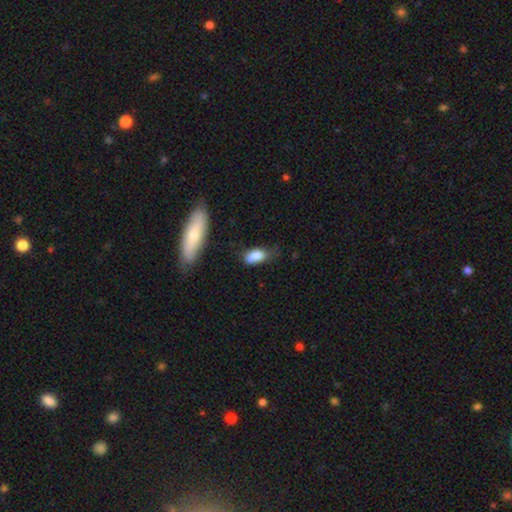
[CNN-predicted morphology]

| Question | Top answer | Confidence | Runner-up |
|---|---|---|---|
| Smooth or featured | smooth | 80% | featured or disk (12%) |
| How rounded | in between | 85% | cigar-shaped (10%) |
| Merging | none | 42% | minor disturbance (36%) |